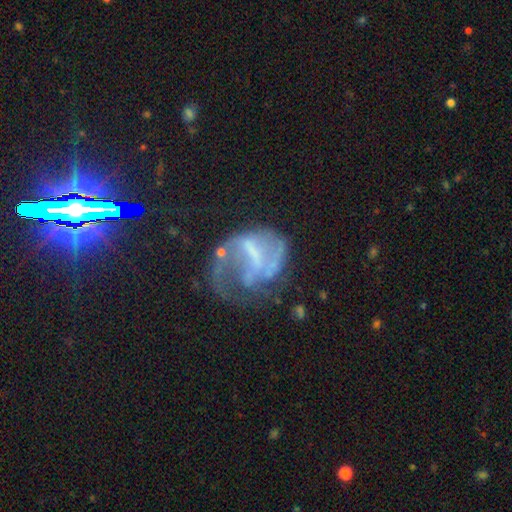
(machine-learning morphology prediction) smooth_or_featured: featured or disk (p=0.70) [alt: smooth p=0.18]
disk_edge_on: no (p=0.98) [alt: yes p=0.02]
bar: weak (p=0.40) [alt: no p=0.36]
has_spiral_arms: yes (p=0.61) [alt: no p=0.39]
bulge_size: none (p=0.57) [alt: small p=0.21]
merging: major disturbance (p=0.44) [alt: none p=0.31]